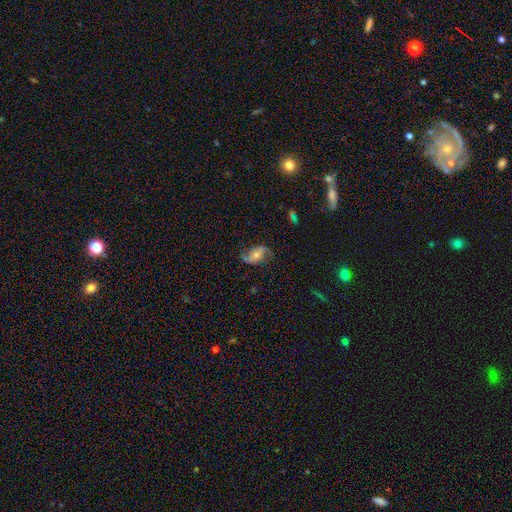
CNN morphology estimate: This appears to be a featured or disk galaxy (79%) with no bar (57%), 2 (91%) loose (48%) spiral arms (95%) and a moderate central bulge (52%). Merging: none (77%).